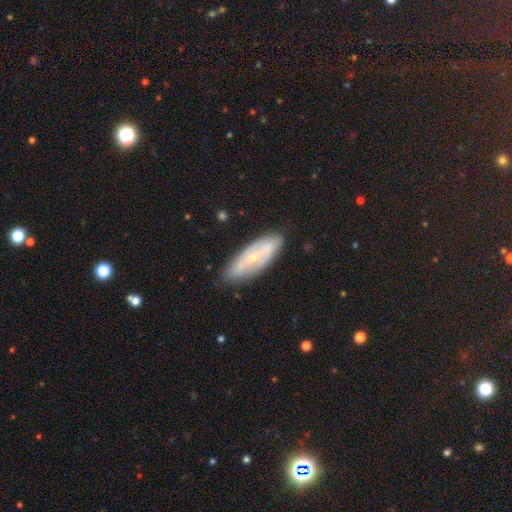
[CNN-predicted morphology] smooth_or_featured: featured or disk (p=0.58) [alt: smooth p=0.34]
disk_edge_on: no (p=0.77) [alt: yes p=0.23]
merging: none (p=0.82) [alt: minor disturbance p=0.14]